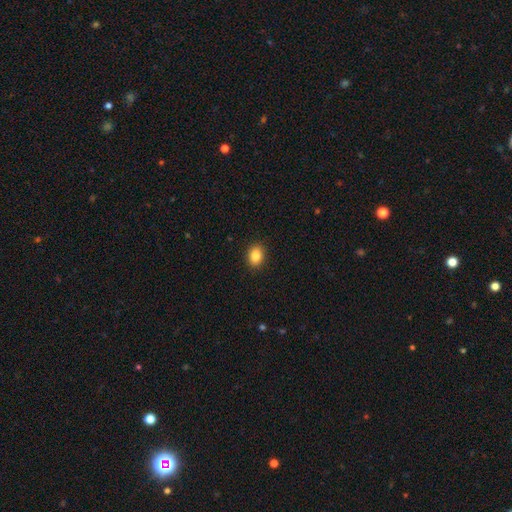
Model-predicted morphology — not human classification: Smooth or featured: smooth — 85% (star or artifact — 9%)
How rounded: in between — 65% (round — 34%)
Merging: none — 90% (minor disturbance — 7%)